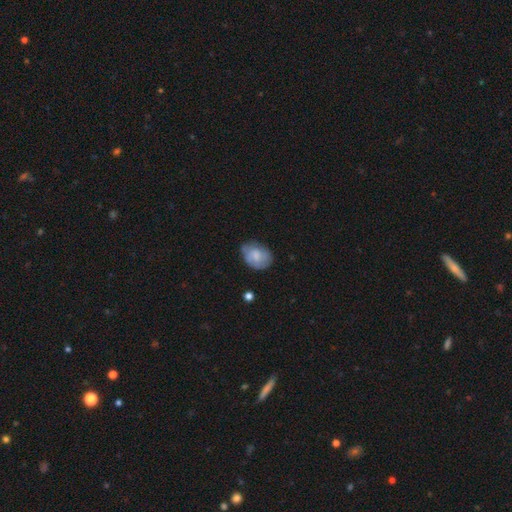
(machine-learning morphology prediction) Smooth or featured? Predicted: smooth (p=0.63). How rounded? Predicted: in between (p=0.64). Merging? Predicted: none (p=0.60).